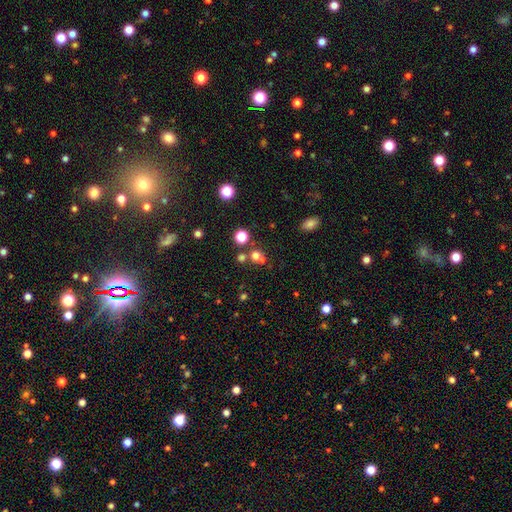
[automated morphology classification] Overall: smooth (66%). How rounded: round (86%). Merging: none (58%; merger 31%).